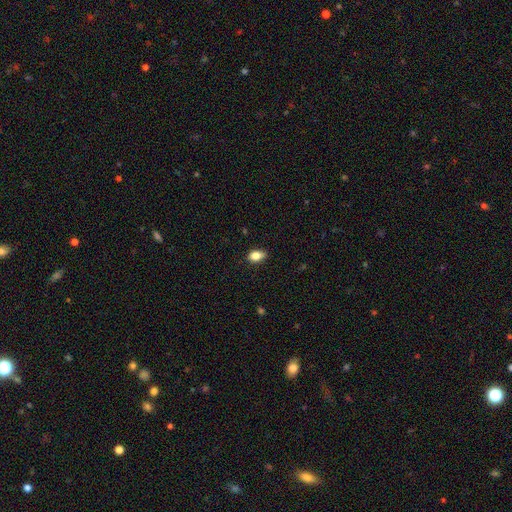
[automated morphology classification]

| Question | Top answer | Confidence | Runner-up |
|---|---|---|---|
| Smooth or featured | smooth | 83% | featured or disk (8%) |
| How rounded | in between | 86% | round (11%) |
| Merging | none | 78% | minor disturbance (18%) |